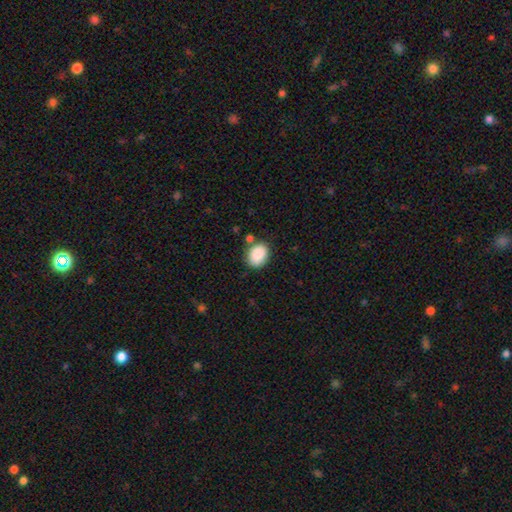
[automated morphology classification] This is clearly a smooth galaxy (88%). How rounded: likely in between (64%). Merging: likely none (77%).